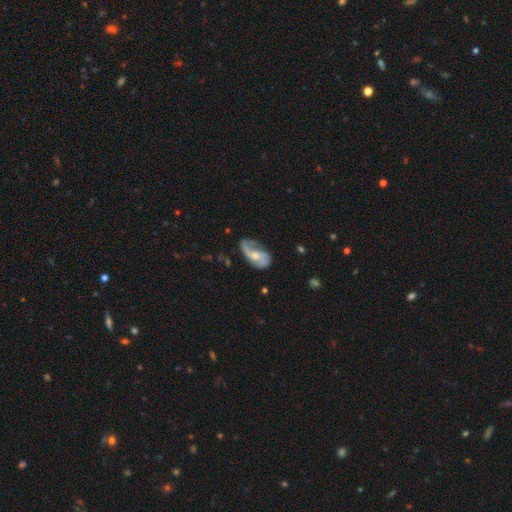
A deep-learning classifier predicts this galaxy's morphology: A featured or disk galaxy (73%) with no bar (55%), 2 (77%) loose (55%) spiral arms (90%) and a moderate central bulge (48%). Merging: none (49%).